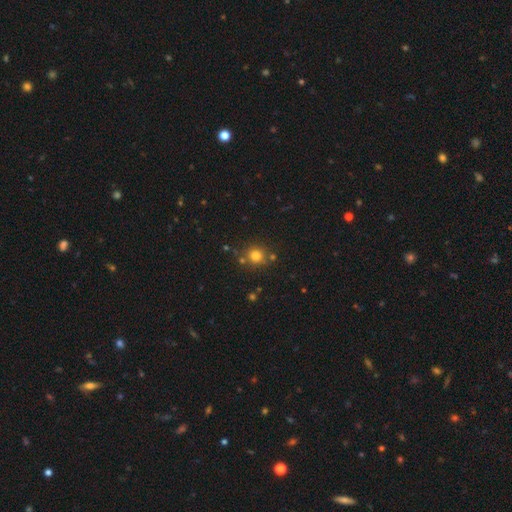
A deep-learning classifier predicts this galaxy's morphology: Smooth or featured: smooth — 78% (star or artifact — 15%)
How rounded: round — 88% (in between — 11%)
Merging: none — 78% (minor disturbance — 10%)